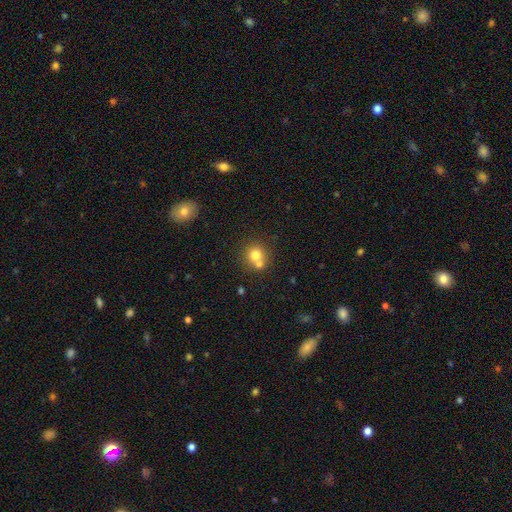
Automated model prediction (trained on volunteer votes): smooth-or-featured: smooth: 74% | featured or disk: 14% | star or artifact: 12%
  how-rounded: round: 88% | in between: 11% | cigar-shaped: 1%
  merging: none: 50% | merger: 39% | minor disturbance: 8% | major disturbance: 3%